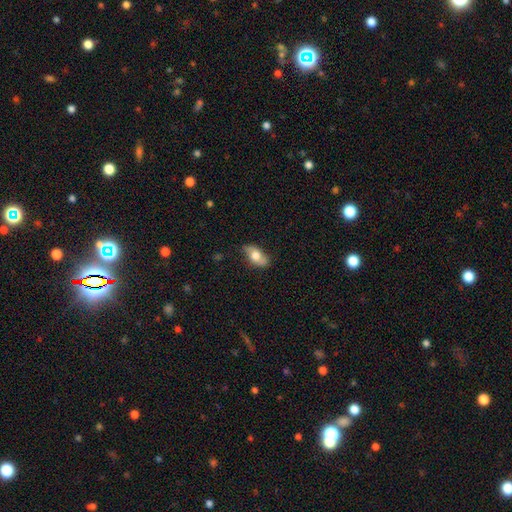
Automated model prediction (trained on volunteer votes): This is likely a smooth galaxy (65%). How rounded: clearly in between (89%). Merging: likely none (78%).